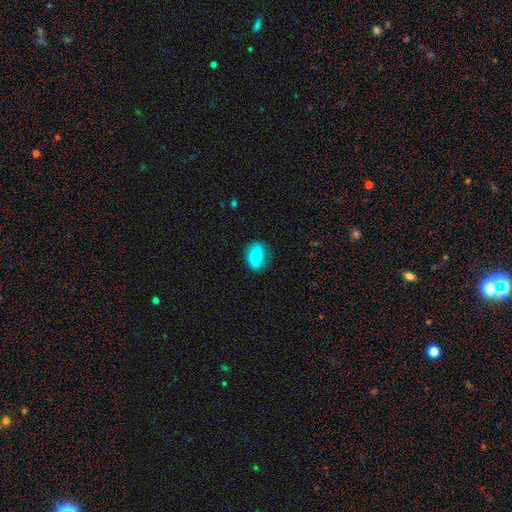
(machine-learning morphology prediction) type=smooth (72%); roundness=in between (73%); merging=none (68%).